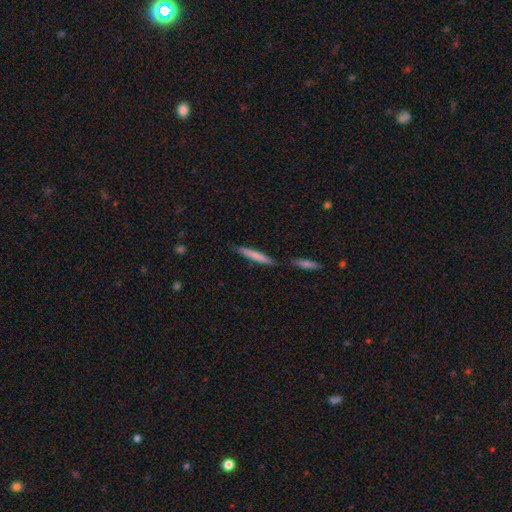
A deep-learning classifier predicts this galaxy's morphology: Smooth or featured? Predicted: smooth (p=0.73). How rounded? Predicted: cigar-shaped (p=0.94). Merging? Predicted: none (p=0.74).